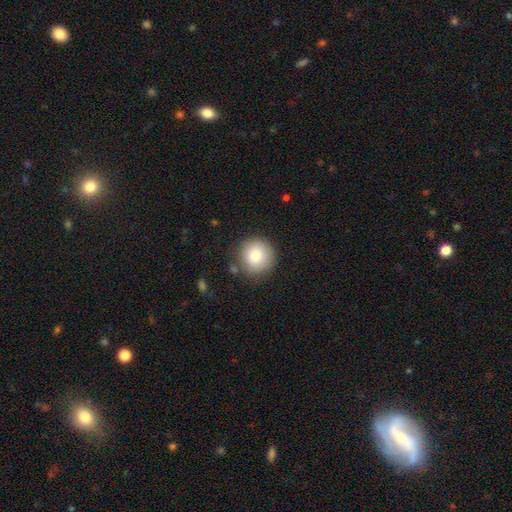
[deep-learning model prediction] Smooth or featured: smooth — 82% (featured or disk — 9%)
How rounded: round — 94% (in between — 5%)
Merging: none — 82% (minor disturbance — 11%)